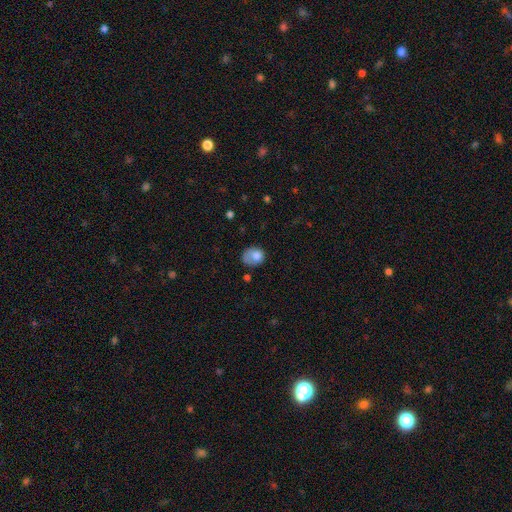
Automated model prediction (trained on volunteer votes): This appears to be a smooth galaxy with no disk features (73%) that is round (57%). Merging: none (42%).